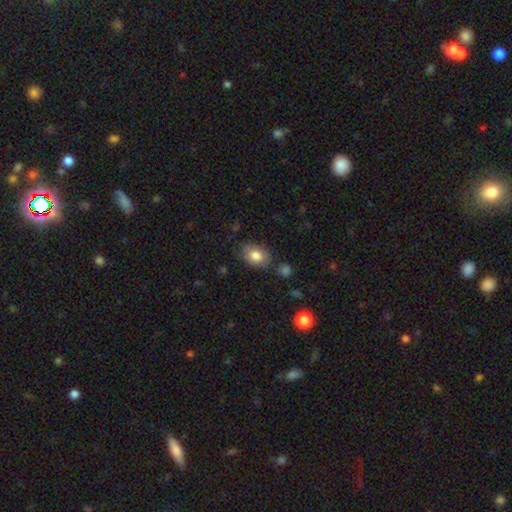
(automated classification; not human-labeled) Morphology: type=smooth (81%); roundness=in between (77%); merging=none (80%).